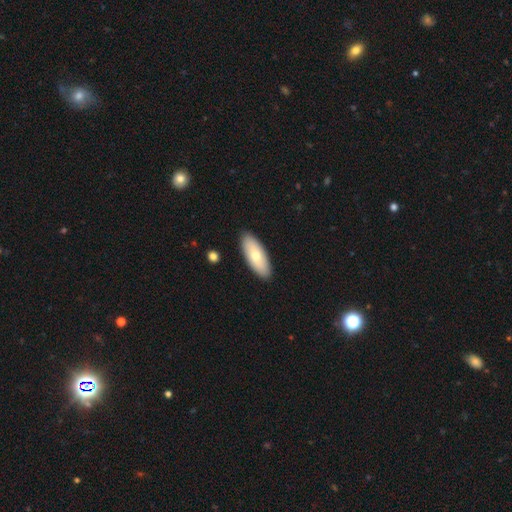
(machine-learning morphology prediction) smooth 69%, featured or disk 25%, star or artifact 5%. Down the decision tree: how rounded — in between (80%); merging — none (89%).